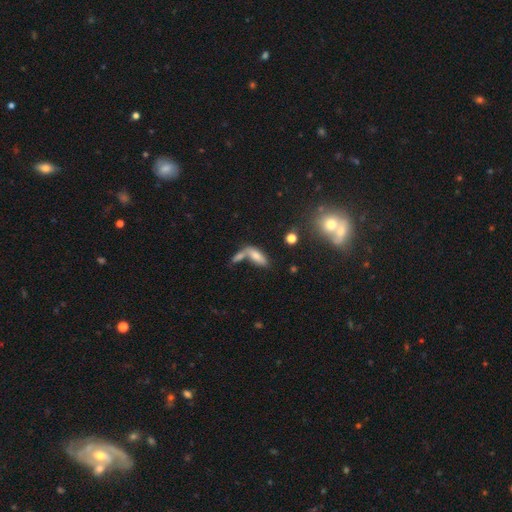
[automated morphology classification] This appears to be a smooth galaxy with no disk features (70%) that is in between round and cigar-shaped (67%). Merging: merger (45%).